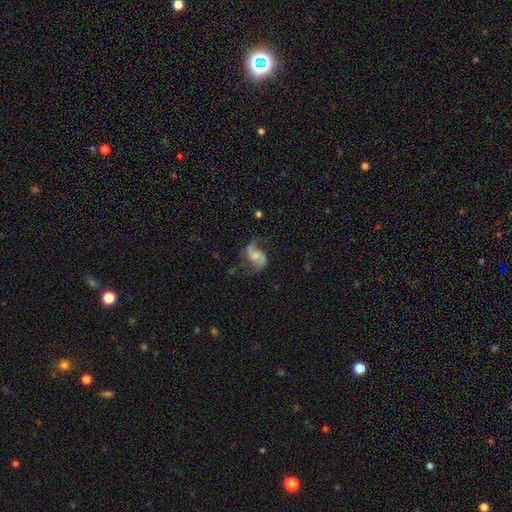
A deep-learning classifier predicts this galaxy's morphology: featured or disk 70%, smooth 22%, star or artifact 8%. Down the decision tree: edge-on disk — no (97%); bar — no (58%); spiral arms — yes (90%); spiral arm count — 2 (79%); spiral winding — loose (62%); bulge size — small (40%); merging — none (46%).